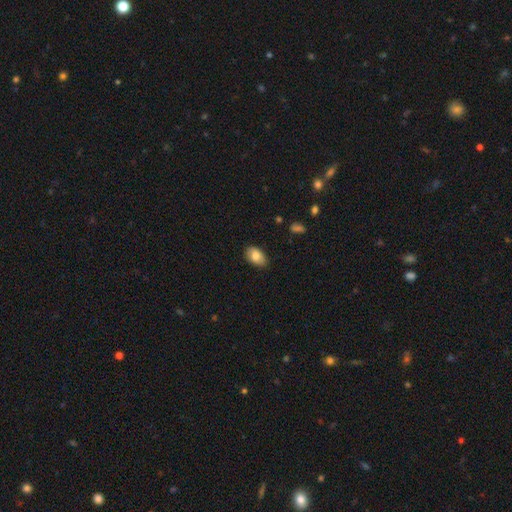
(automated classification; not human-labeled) smooth 82%, featured or disk 11%, star or artifact 7%. Down the decision tree: how rounded — in between (92%); merging — none (83%).